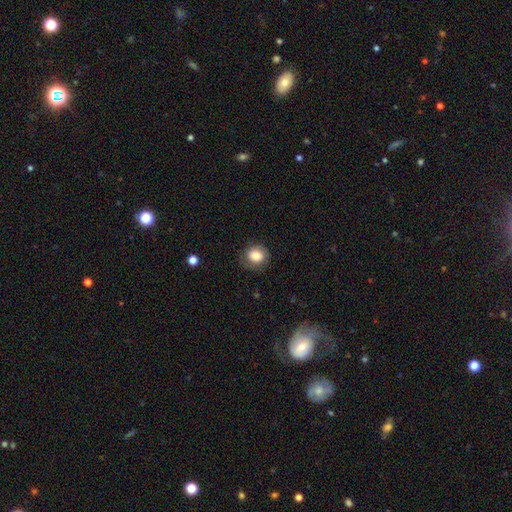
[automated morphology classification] smooth 79%, featured or disk 12%, star or artifact 9%. Down the decision tree: how rounded — round (71%); merging — none (78%).